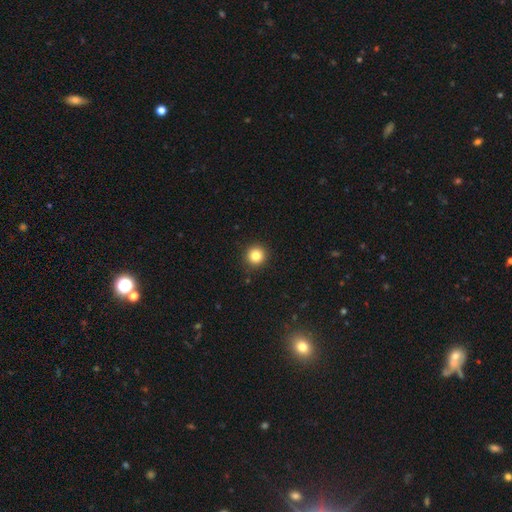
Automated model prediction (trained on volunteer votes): Smooth or featured? Predicted: smooth (p=0.83). How rounded? Predicted: round (p=0.95). Merging? Predicted: none (p=0.92).